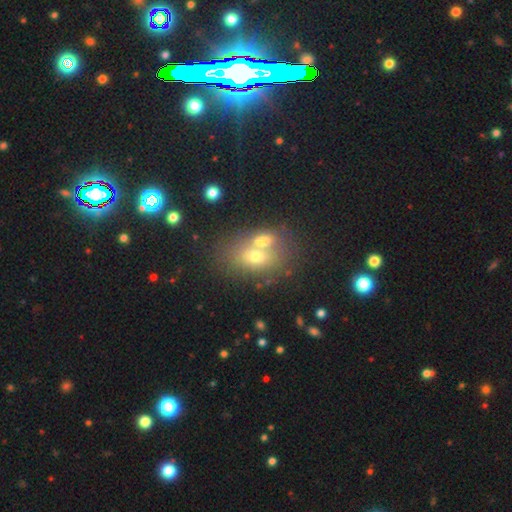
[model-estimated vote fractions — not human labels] Overall: smooth (61%; featured or disk 25%). How rounded: in between (71%). Merging: merger (56%; none 32%).